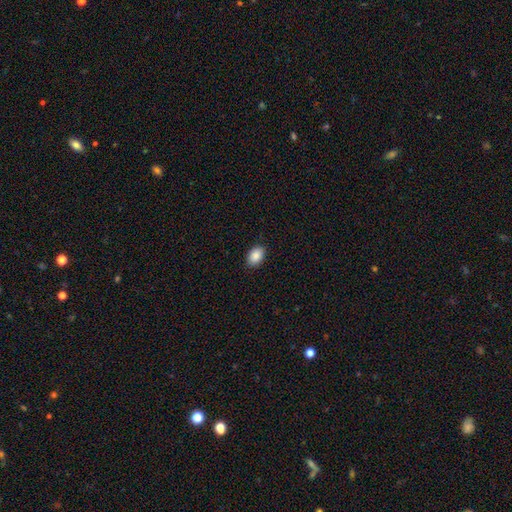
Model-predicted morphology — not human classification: Q: Smooth or featured?
A: smooth (89%); runner-up: star or artifact (7%)
Q: How rounded?
A: in between (86%); runner-up: round (13%)
Q: Merging?
A: none (88%); runner-up: minor disturbance (9%)